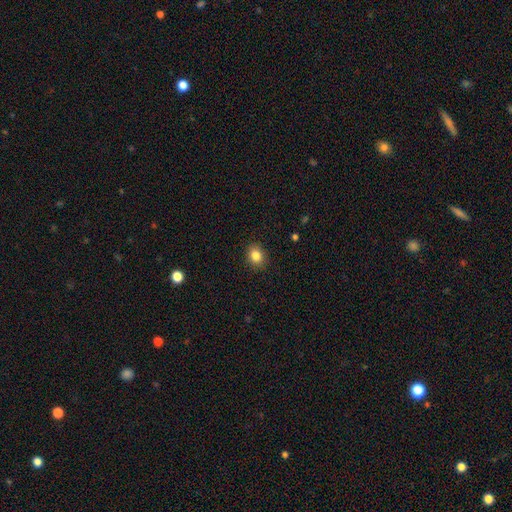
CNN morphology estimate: smooth-or-featured: smooth: 85% | star or artifact: 10% | featured or disk: 5%
  how-rounded: round: 61% | in between: 39% | cigar-shaped: 1%
  merging: none: 90% | minor disturbance: 7% | major disturbance: 2% | merger: 1%